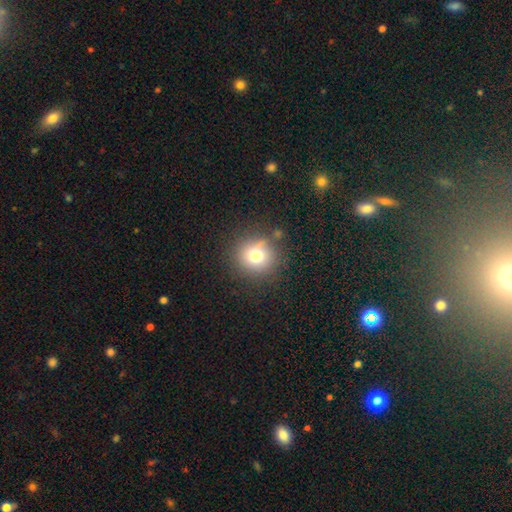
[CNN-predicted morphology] smooth-or-featured: smooth: 72% | star or artifact: 15% | featured or disk: 12%
  how-rounded: round: 90% | in between: 9% | cigar-shaped: 1%
  merging: none: 77% | minor disturbance: 13% | major disturbance: 5% | merger: 4%